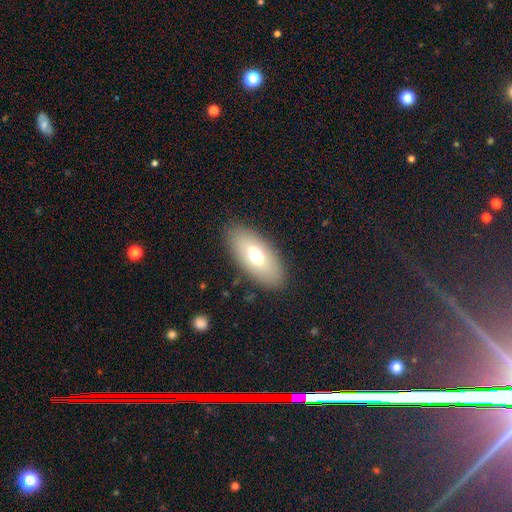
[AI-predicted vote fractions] Smooth or featured? Predicted: smooth (p=0.66). How rounded? Predicted: in between (p=0.89). Merging? Predicted: none (p=0.86).